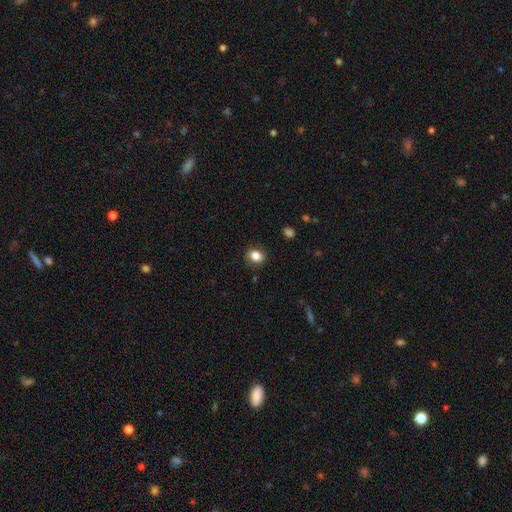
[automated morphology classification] smooth-or-featured: smooth: 84% | star or artifact: 10% | featured or disk: 6%
  how-rounded: in between: 50% | round: 49% | cigar-shaped: 1%
  merging: none: 84% | minor disturbance: 12% | major disturbance: 3% | merger: 1%